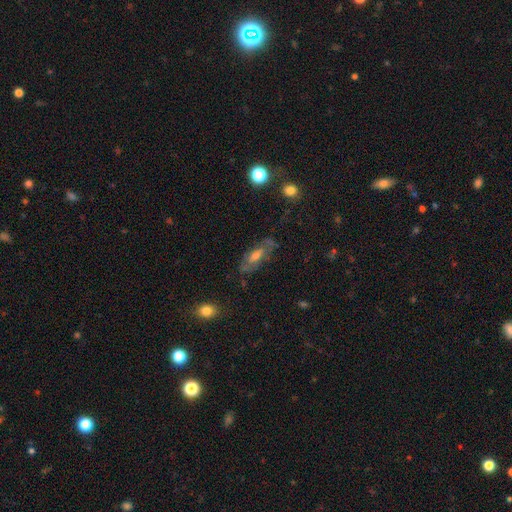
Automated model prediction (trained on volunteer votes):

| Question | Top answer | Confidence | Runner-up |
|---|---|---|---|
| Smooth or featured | featured or disk | 55% | smooth (35%) |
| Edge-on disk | no | 75% | yes (25%) |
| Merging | none | 68% | minor disturbance (20%) |